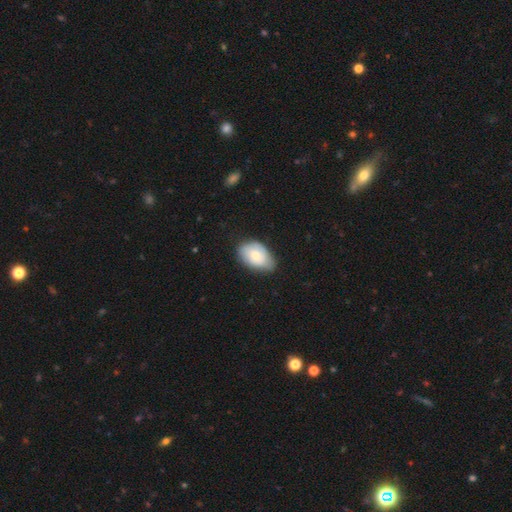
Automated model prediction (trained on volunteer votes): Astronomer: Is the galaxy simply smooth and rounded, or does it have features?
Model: smooth — 62%.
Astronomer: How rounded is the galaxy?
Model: in between — 85%.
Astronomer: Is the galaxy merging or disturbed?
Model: none — 61%.